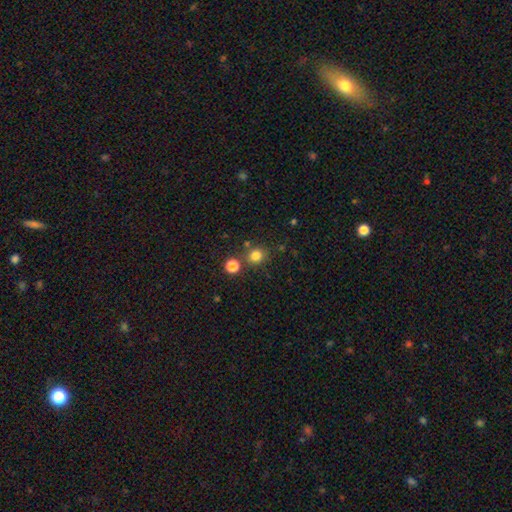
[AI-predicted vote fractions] Smooth or featured: smooth — 80% (star or artifact — 15%)
How rounded: round — 85% (in between — 14%)
Merging: none — 77% (merger — 11%)